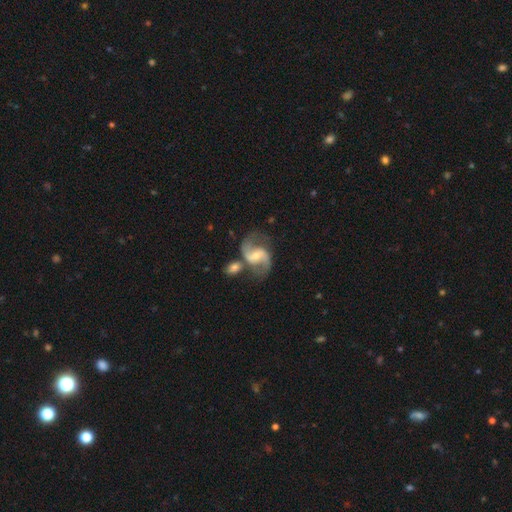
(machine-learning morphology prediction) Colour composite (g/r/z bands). It shows a featured or disk galaxy (86%) with a weak bar (47%), 2 (93%) loose (53%) spiral arms (95%) and a small central bulge (49%). Merging: none (55%).